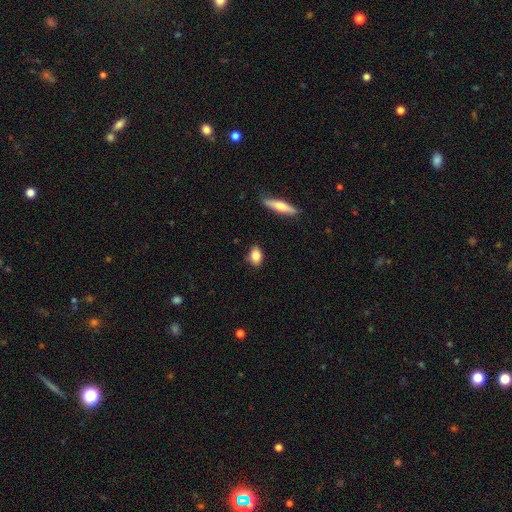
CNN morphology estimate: Smooth or featured?
  - smooth: 84% *
  - featured or disk: 9%
  - star or artifact: 7%
How rounded?
  - in between: 82% *
  - round: 13%
  - cigar-shaped: 5%
Merging?
  - none: 82% *
  - minor disturbance: 14%
  - major disturbance: 2%
  - merger: 2%